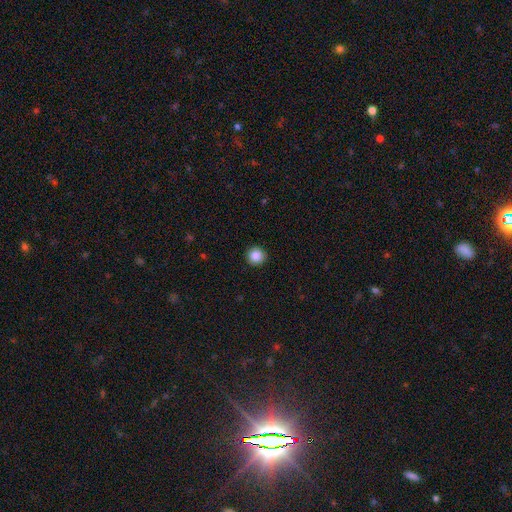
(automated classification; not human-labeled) Morphology: type=smooth (87%); roundness=round (95%); merging=none (93%).